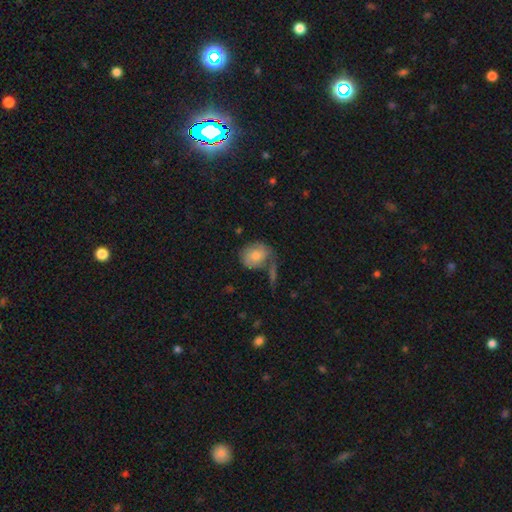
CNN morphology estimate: A smooth galaxy with no disk features (72%) that is round (61%). Merging: none (55%).